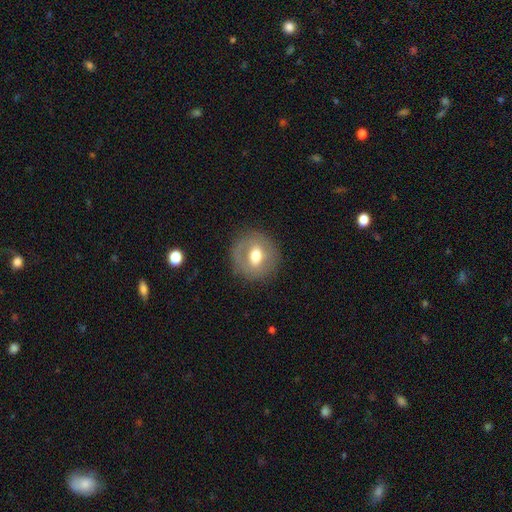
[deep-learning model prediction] Smooth or featured?
  - smooth: 50% *
  - featured or disk: 43%
  - star or artifact: 8%
Merging?
  - none: 82% *
  - minor disturbance: 12%
  - major disturbance: 5%
  - merger: 1%